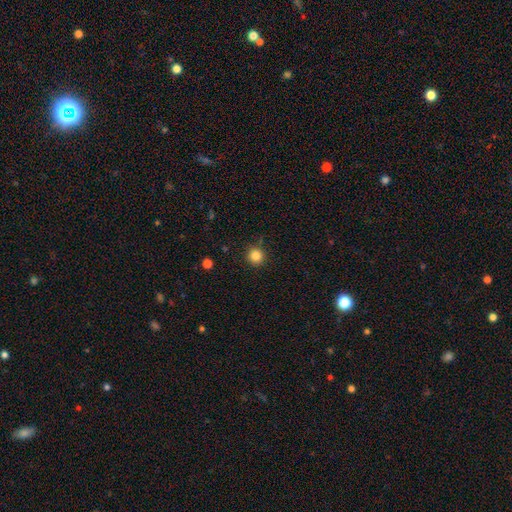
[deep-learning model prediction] A smooth galaxy with no disk features (84%) that is round (94%).

Vote fractions:
- Smooth or featured? smooth: 84% / star or artifact: 12% / featured or disk: 5%
- How rounded? round: 94% / in between: 5% / cigar-shaped: 1%
- Merging? none: 89% / minor disturbance: 8% / major disturbance: 2% / merger: 2%